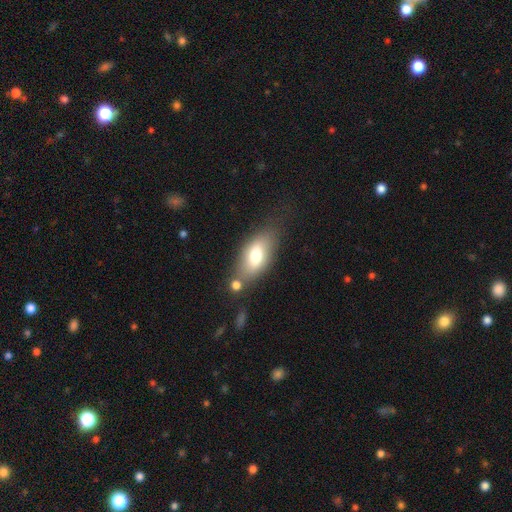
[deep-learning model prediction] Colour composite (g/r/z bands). It shows a smooth galaxy with no disk features (70%) that is in between round and cigar-shaped (86%). Merging: none (61%).